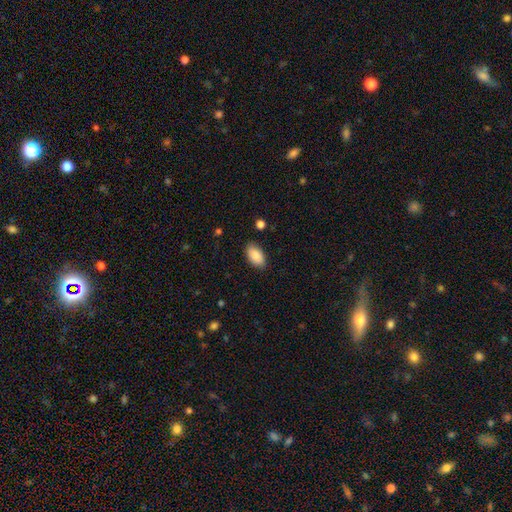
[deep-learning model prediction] This is clearly a smooth galaxy (88%). How rounded: clearly in between (95%). Merging: clearly none (86%).